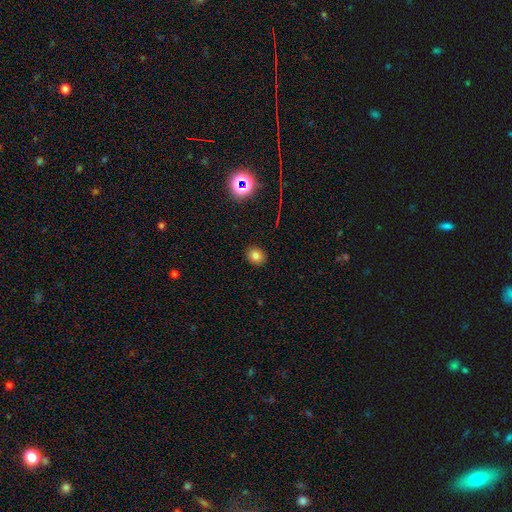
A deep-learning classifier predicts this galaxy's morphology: Smooth or featured: smooth — 78% (star or artifact — 15%)
How rounded: round — 65% (in between — 34%)
Merging: none — 90% (minor disturbance — 7%)